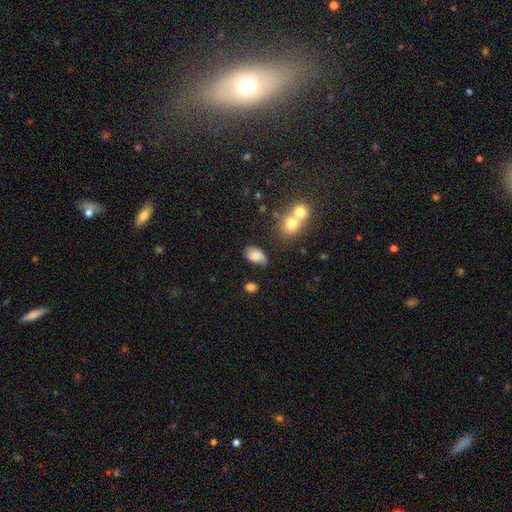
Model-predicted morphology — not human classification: The model was most divided on "merging": none: 55%, minor disturbance: 30%, major disturbance: 9%, merger: 6%. More confident: how rounded — in between (91%); smooth or featured — smooth (74%).